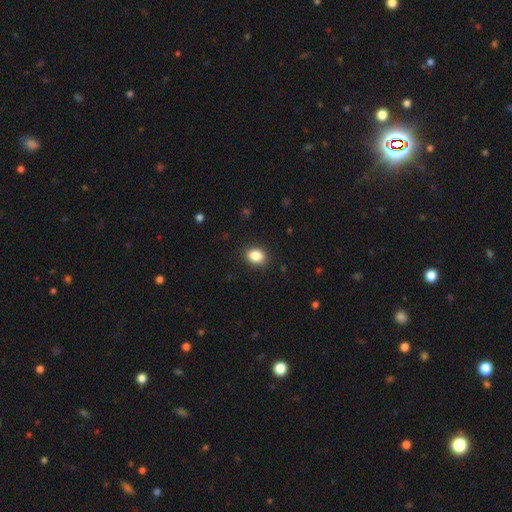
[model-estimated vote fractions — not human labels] This is clearly a smooth galaxy (87%). How rounded: likely in between (67%). Merging: clearly none (89%).